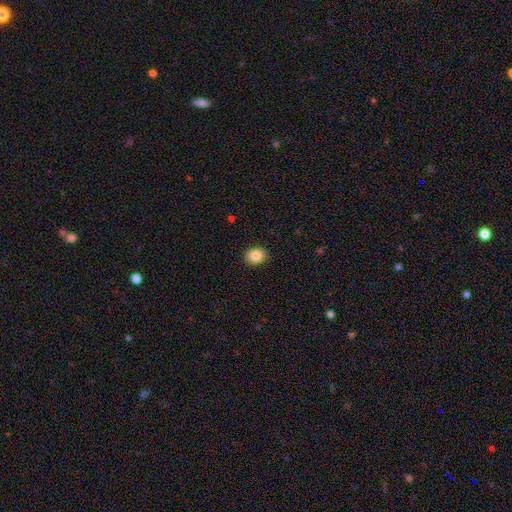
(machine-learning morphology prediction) Smooth or featured? smooth (86%)
How rounded? round (63%)
Merging? none (91%)